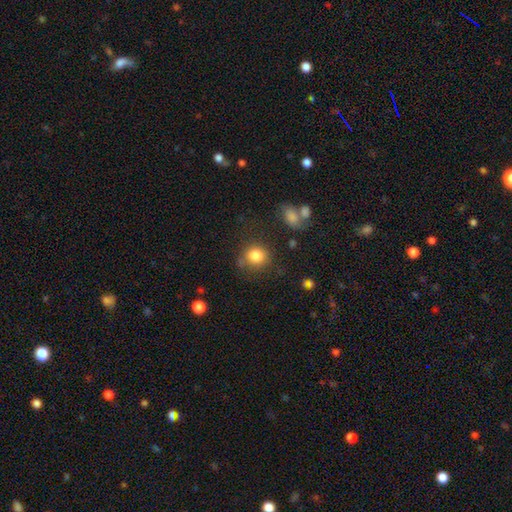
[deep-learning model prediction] This is clearly a smooth galaxy (83%). How rounded: clearly round (81%). Merging: likely none (74%).